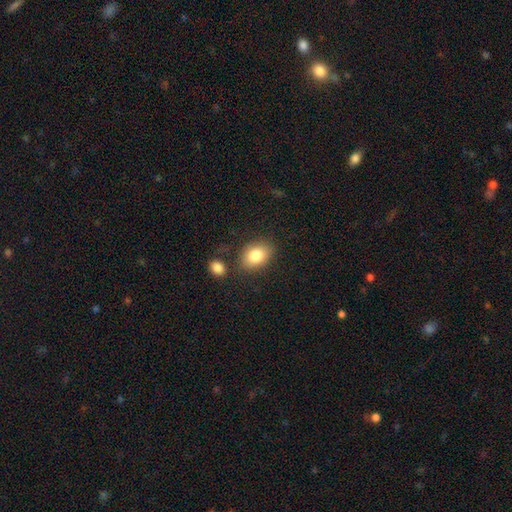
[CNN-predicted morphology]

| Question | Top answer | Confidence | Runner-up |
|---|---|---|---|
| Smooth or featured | smooth | 83% | featured or disk (9%) |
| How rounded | in between | 75% | round (24%) |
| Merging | none | 76% | minor disturbance (13%) |